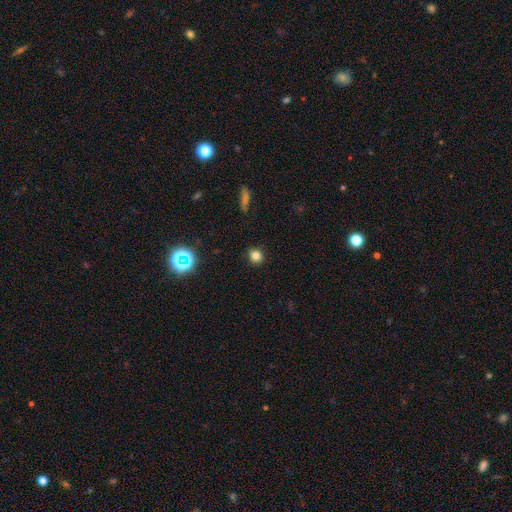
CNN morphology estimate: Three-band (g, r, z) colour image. It shows a smooth galaxy with no disk features (81%) that is round (84%). Merging: none (90%).